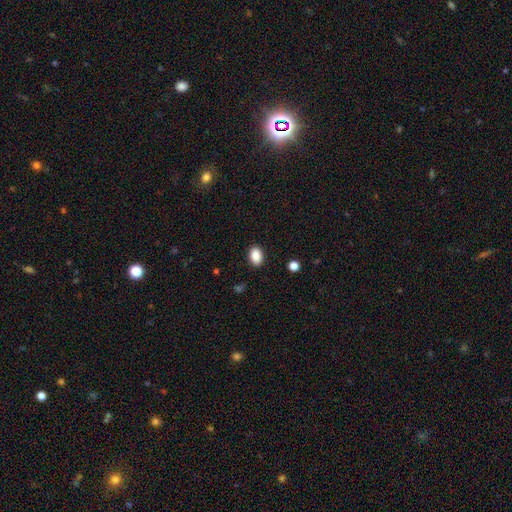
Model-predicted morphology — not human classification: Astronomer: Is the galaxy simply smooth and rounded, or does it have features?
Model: smooth — 88%.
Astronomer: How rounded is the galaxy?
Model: in between — 84%.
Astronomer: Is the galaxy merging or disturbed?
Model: none — 88%.